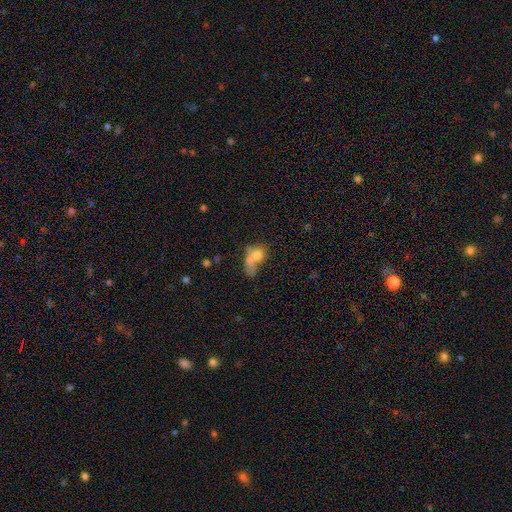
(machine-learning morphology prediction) smooth 67%, featured or disk 21%, star or artifact 12%. Down the decision tree: how rounded — round (50%); merging — merger (57%).